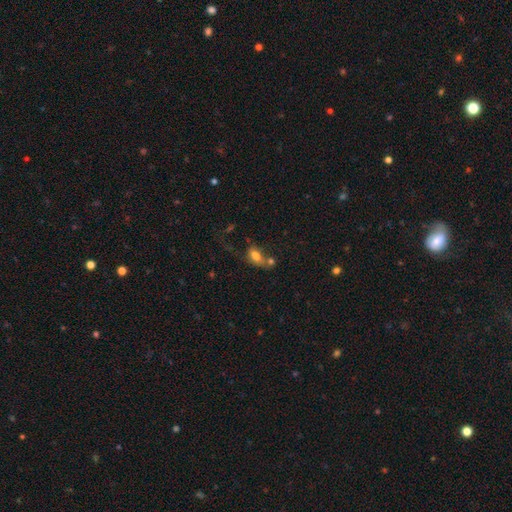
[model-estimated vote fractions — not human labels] Morphology: type=smooth (75%); roundness=in between (82%); merging=merger (40%).